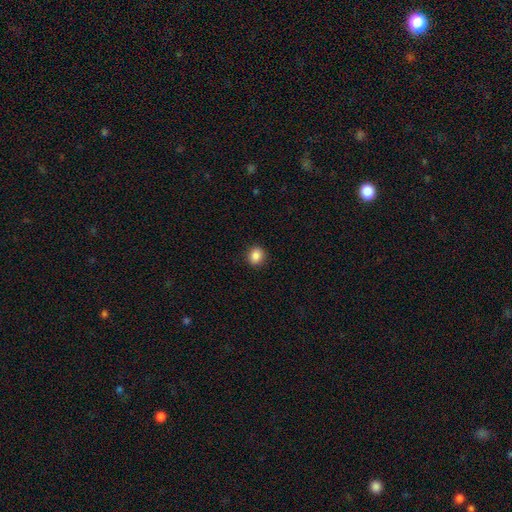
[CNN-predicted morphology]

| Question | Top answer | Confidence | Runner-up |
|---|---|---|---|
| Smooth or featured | smooth | 87% | star or artifact (9%) |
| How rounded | round | 78% | in between (21%) |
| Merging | none | 91% | minor disturbance (6%) |